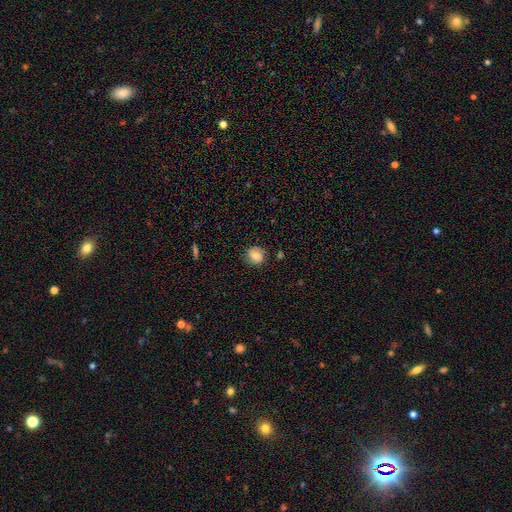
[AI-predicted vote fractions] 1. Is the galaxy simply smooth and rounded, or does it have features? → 78% smooth, 13% featured or disk, 9% star or artifact.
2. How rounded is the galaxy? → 77% round, 22% in between, 1% cigar-shaped.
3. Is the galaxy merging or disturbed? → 78% none, 16% minor disturbance, 4% major disturbance, 2% merger.